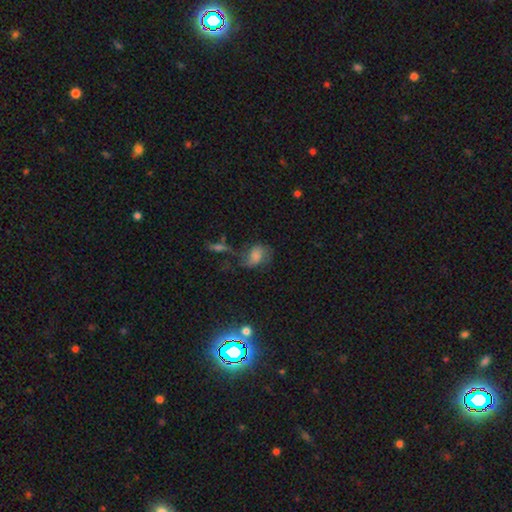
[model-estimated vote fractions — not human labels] A smooth galaxy with no disk features (49%). Merging: none (38%).